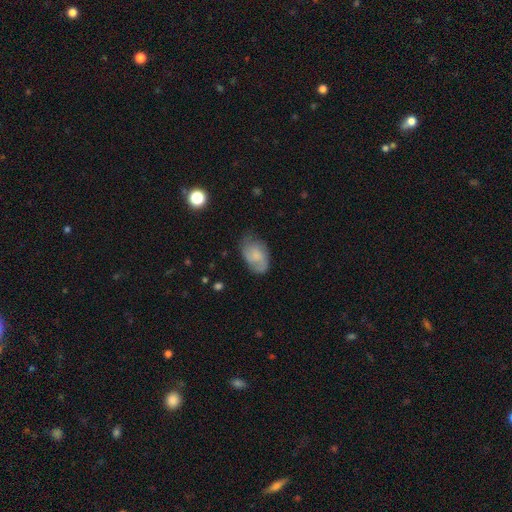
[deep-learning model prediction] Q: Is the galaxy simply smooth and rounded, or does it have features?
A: smooth — 57%.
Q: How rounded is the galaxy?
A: in between — 89%.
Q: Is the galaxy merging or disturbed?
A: none — 59%.